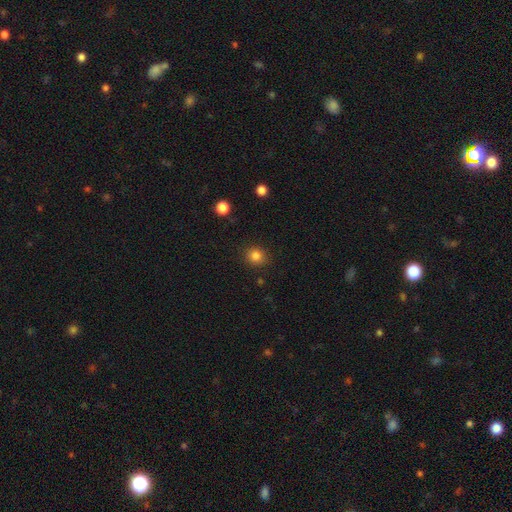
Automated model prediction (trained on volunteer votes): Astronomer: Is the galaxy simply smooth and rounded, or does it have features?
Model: smooth — 83%.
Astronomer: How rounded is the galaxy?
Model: round — 84%.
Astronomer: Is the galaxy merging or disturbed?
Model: none — 88%.